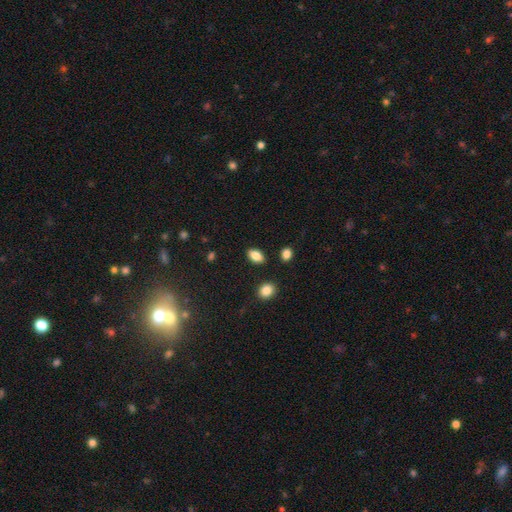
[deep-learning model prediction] Smooth or featured? smooth (85%)
How rounded? in between (89%)
Merging? none (86%)